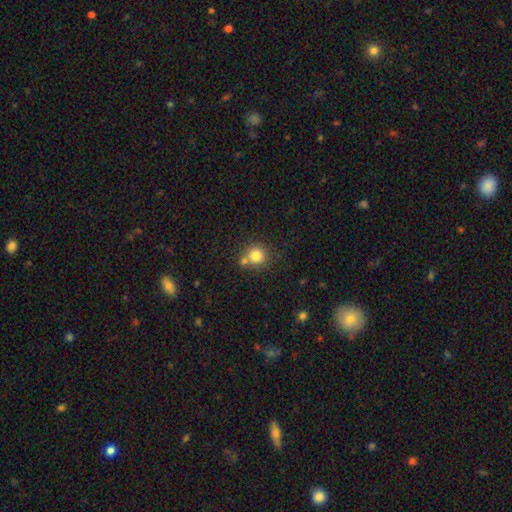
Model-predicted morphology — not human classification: smooth-or-featured: smooth: 80% | star or artifact: 11% | featured or disk: 9%
  how-rounded: round: 89% | in between: 10% | cigar-shaped: 1%
  merging: none: 61% | merger: 26% | minor disturbance: 10% | major disturbance: 3%